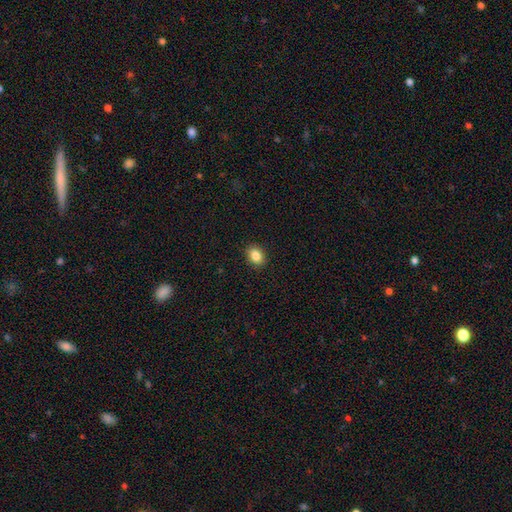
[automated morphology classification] A smooth galaxy with no disk features (87%) that is in between round and cigar-shaped (67%). Merging: none (90%).